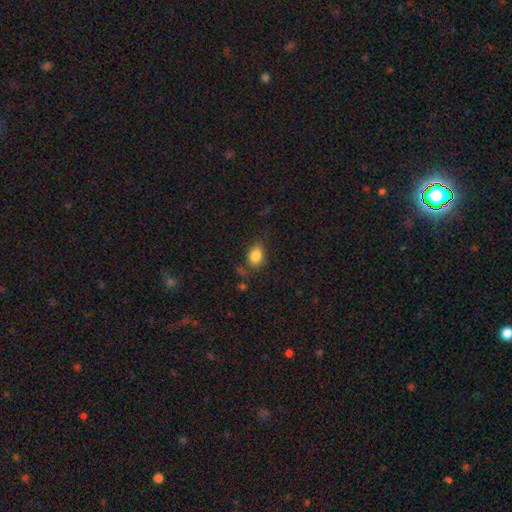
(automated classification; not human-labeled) Smooth or featured?
  - smooth: 84% *
  - star or artifact: 10%
  - featured or disk: 6%
How rounded?
  - in between: 63% *
  - round: 35%
  - cigar-shaped: 1%
Merging?
  - none: 69% *
  - minor disturbance: 21%
  - major disturbance: 7%
  - merger: 4%